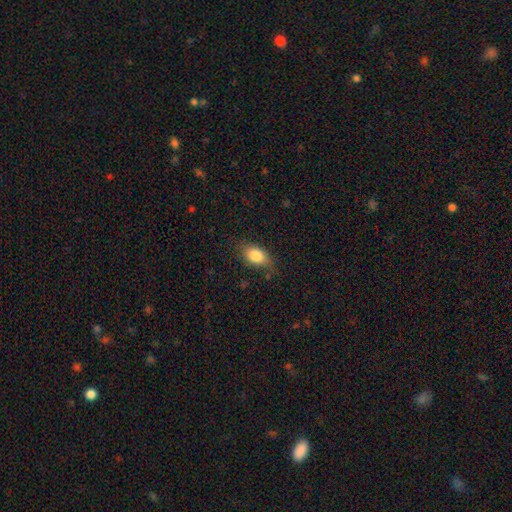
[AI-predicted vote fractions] This appears to be a smooth galaxy with no disk features (82%) that is in between round and cigar-shaped (85%). Merging: none (75%).